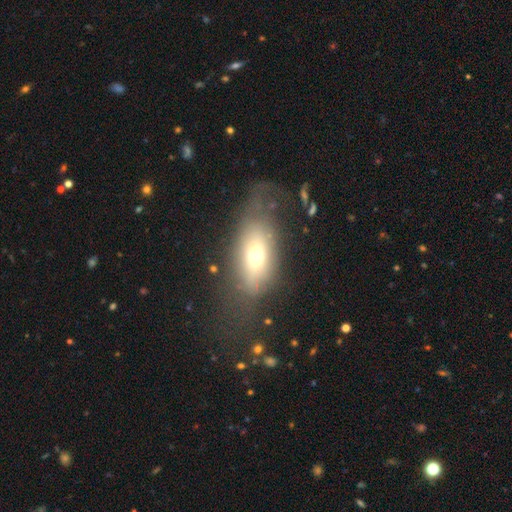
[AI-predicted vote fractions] Q: Smooth or featured?
A: smooth (59%); runner-up: featured or disk (30%)
Q: How rounded?
A: in between (81%); runner-up: cigar-shaped (9%)
Q: Merging?
A: none (45%); runner-up: major disturbance (30%)